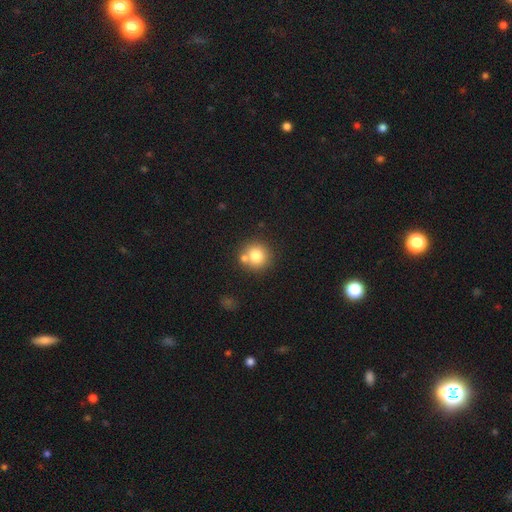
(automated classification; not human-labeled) A smooth galaxy with no disk features (78%) that is round (91%). Merging: none (69%).